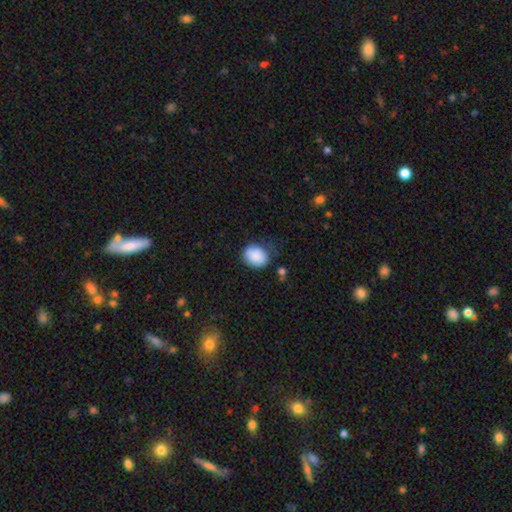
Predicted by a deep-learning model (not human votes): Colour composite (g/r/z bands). It shows a smooth galaxy with no disk features (87%) that is round (50%). Merging: none (68%).